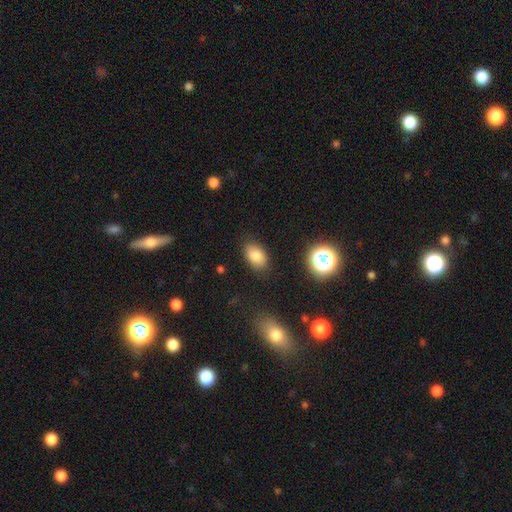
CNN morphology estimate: Overall: smooth (82%). How rounded: in between (87%). Merging: none (83%).